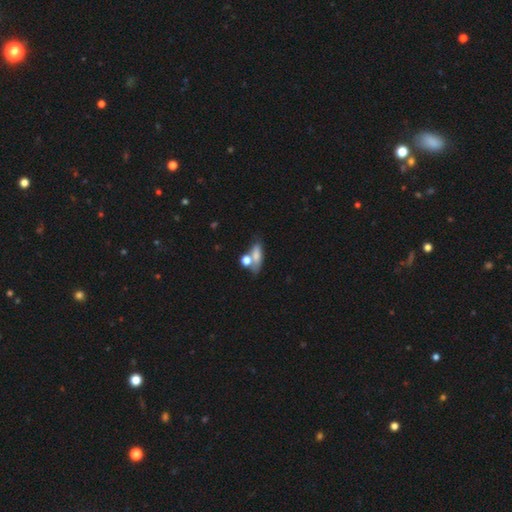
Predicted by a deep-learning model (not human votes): Q: Smooth or featured?
A: smooth (69%); runner-up: featured or disk (20%)
Q: How rounded?
A: in between (58%); runner-up: cigar-shaped (28%)
Q: Merging?
A: none (43%); runner-up: merger (31%)